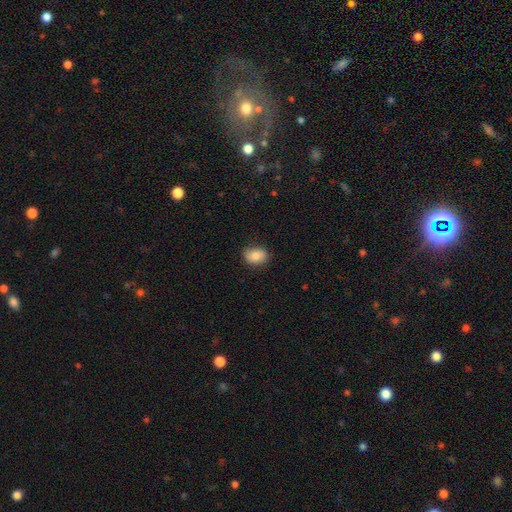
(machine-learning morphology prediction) Smooth or featured? Predicted: smooth (p=0.84). How rounded? Predicted: in between (p=0.72). Merging? Predicted: none (p=0.80).